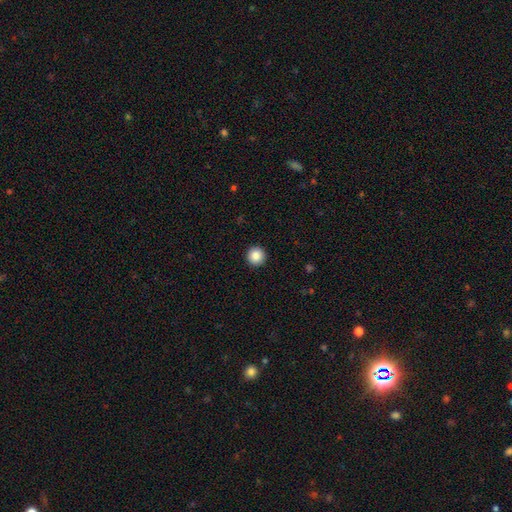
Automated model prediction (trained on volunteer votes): Morphology: type=smooth (87%); roundness=round (96%); merging=none (93%).